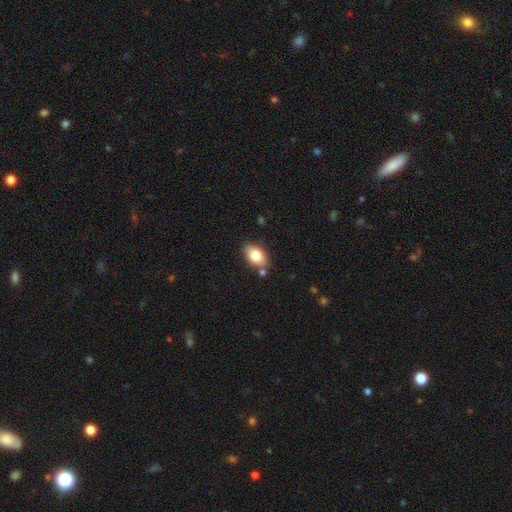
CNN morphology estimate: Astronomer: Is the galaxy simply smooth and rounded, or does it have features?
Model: smooth — 81%.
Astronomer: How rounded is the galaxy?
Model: in between — 89%.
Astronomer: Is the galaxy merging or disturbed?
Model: none — 77%.